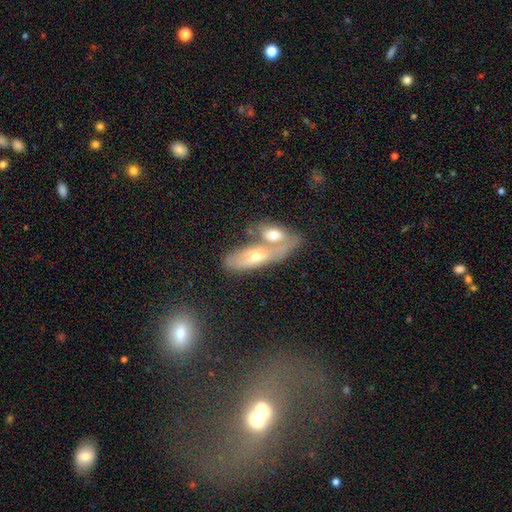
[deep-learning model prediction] A featured or disk galaxy (49%).

Vote fractions:
- Smooth or featured? featured or disk: 49% / smooth: 37% / star or artifact: 14%
- Merging? none: 43% / merger: 33% / minor disturbance: 14% / major disturbance: 10%